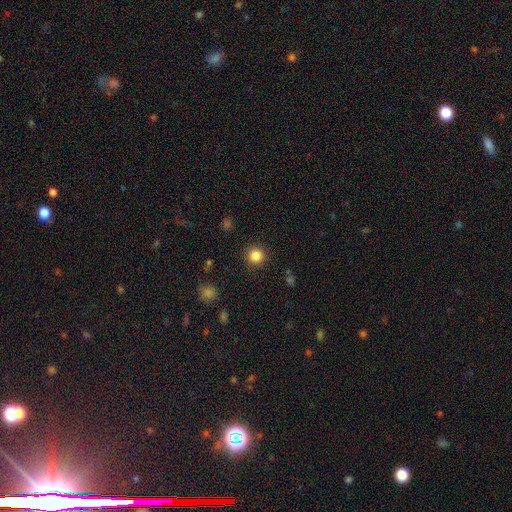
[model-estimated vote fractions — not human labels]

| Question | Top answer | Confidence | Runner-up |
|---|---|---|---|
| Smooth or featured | smooth | 84% | star or artifact (12%) |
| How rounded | round | 94% | in between (5%) |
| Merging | none | 91% | minor disturbance (6%) |